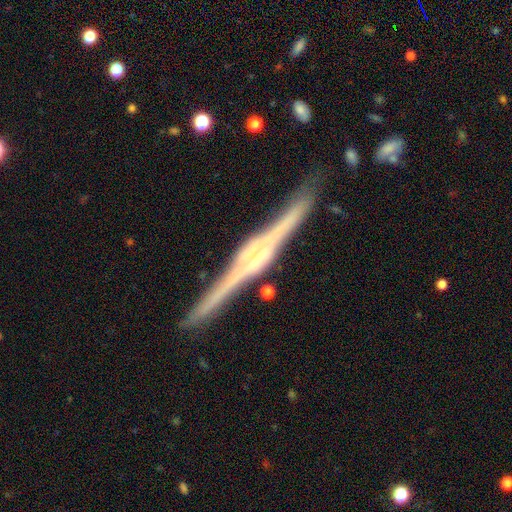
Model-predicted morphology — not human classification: Smooth or featured: featured or disk — 89% (smooth — 6%)
Edge-on disk: yes — 98% (no — 2%)
Edge-on bulge: boxy — 51% (rounded — 41%)
Merging: none — 90% (minor disturbance — 7%)